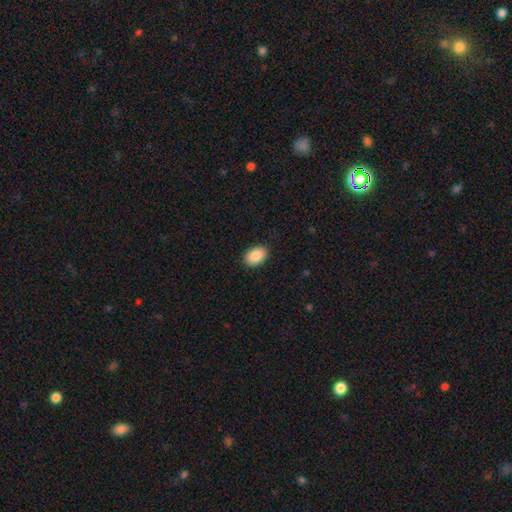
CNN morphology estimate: This is clearly a smooth galaxy (89%). How rounded: clearly in between (89%). Merging: clearly none (89%).